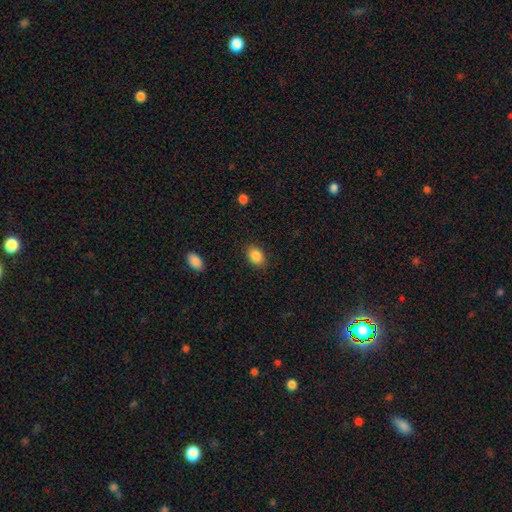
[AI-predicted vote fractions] Overall: smooth (87%). How rounded: in between (75%). Merging: none (87%).